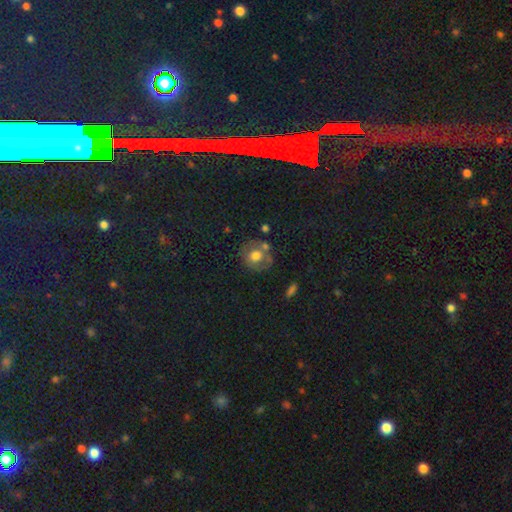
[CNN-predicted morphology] Overall: smooth (57%; featured or disk 32%). How rounded: round (79%). Merging: none (62%).